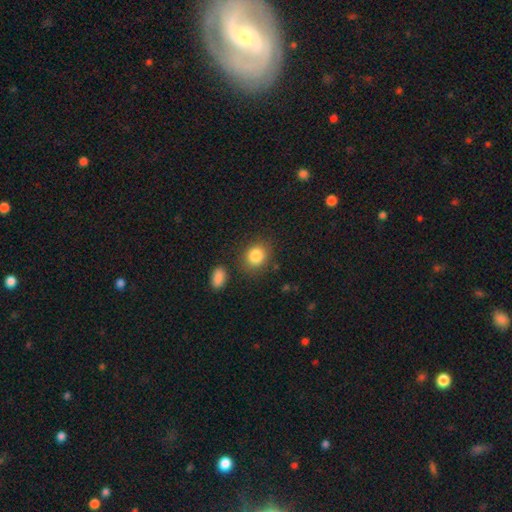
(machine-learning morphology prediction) type=smooth (86%); roundness=round (63%); merging=none (81%).